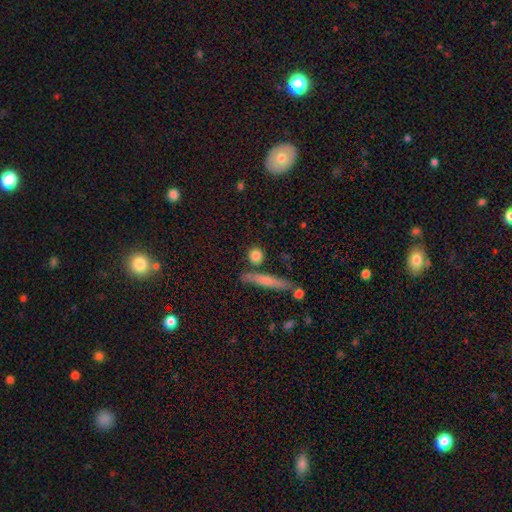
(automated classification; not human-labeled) smooth_or_featured: smooth (p=0.80) [alt: featured or disk p=0.11]
how_rounded: round (p=0.77) [alt: cigar-shaped p=0.12]
merging: none (p=0.79) [alt: minor disturbance p=0.10]